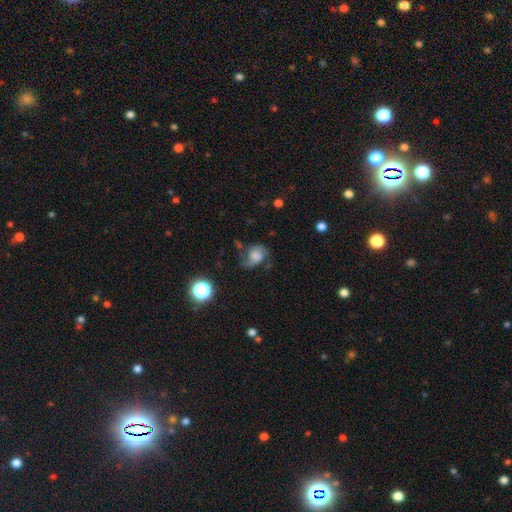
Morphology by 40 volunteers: smooth-or-featured: smooth: 52% | featured or disk: 40% | star or artifact: 8%
  how-rounded: in between: 71% | round: 29% | cigar-shaped: 0%
  merging: none: 43% | major disturbance: 30% | minor disturbance: 24% | merger: 3%